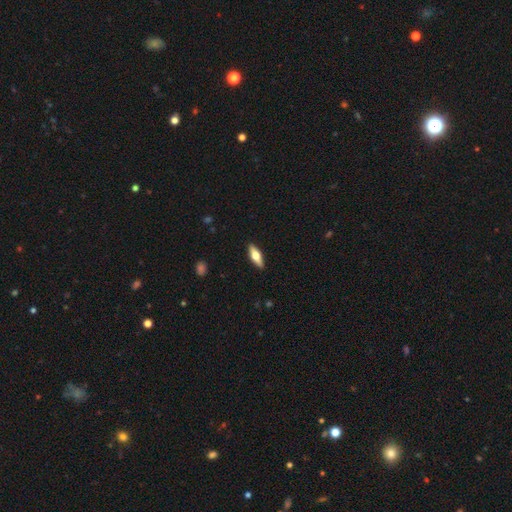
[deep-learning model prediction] smooth_or_featured: smooth (p=0.51) [alt: featured or disk p=0.43]
how_rounded: in between (p=0.57) [alt: cigar-shaped p=0.40]
merging: none (p=0.90) [alt: minor disturbance p=0.08]